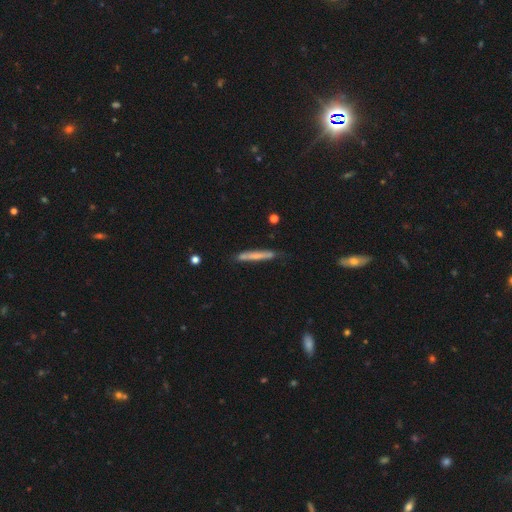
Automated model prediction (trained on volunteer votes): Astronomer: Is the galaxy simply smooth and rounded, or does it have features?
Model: smooth — 60%.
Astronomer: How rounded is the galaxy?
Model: cigar-shaped — 95%.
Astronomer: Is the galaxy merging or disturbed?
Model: none — 76%.